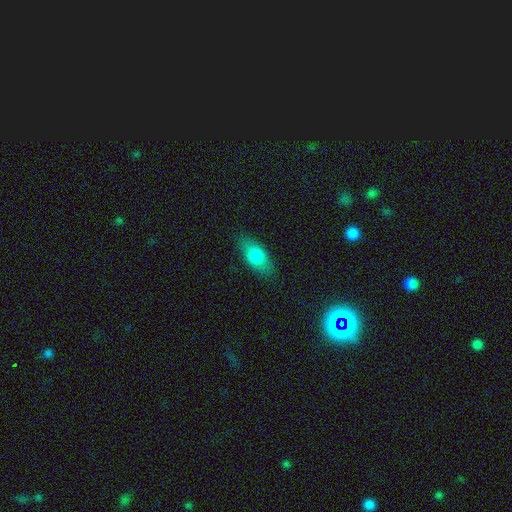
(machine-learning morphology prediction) A smooth galaxy with no disk features (78%) that is in between round and cigar-shaped (84%).

Vote fractions:
- Smooth or featured? smooth: 78% / featured or disk: 15% / star or artifact: 7%
- How rounded? in between: 84% / cigar-shaped: 11% / round: 6%
- Merging? none: 81% / minor disturbance: 14% / major disturbance: 4% / merger: 1%